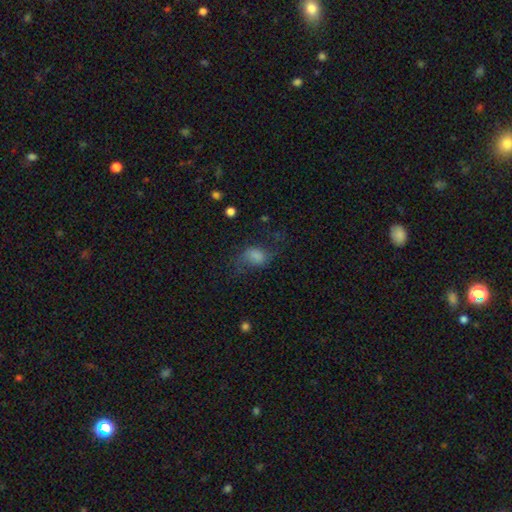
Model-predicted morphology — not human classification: smooth 53%, featured or disk 30%, star or artifact 17%. Down the decision tree: how rounded — in between (71%); merging — none (50%).